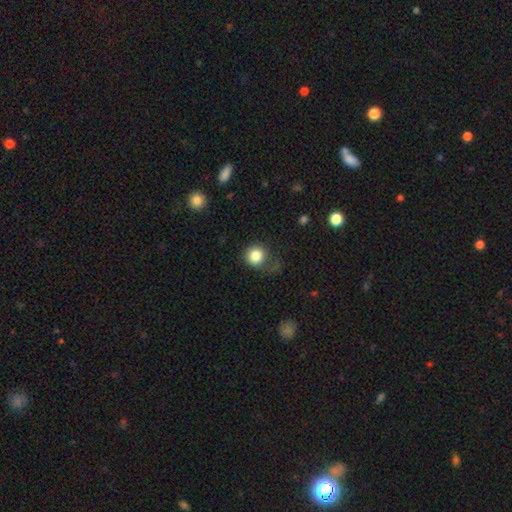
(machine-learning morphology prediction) Smooth or featured: smooth — 85% (star or artifact — 10%)
How rounded: round — 90% (in between — 9%)
Merging: none — 62% (minor disturbance — 21%)